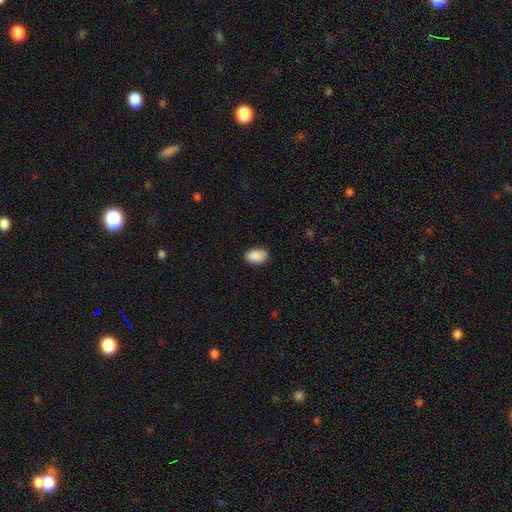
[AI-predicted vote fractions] Smooth or featured? smooth (90%)
How rounded? in between (90%)
Merging? none (81%)